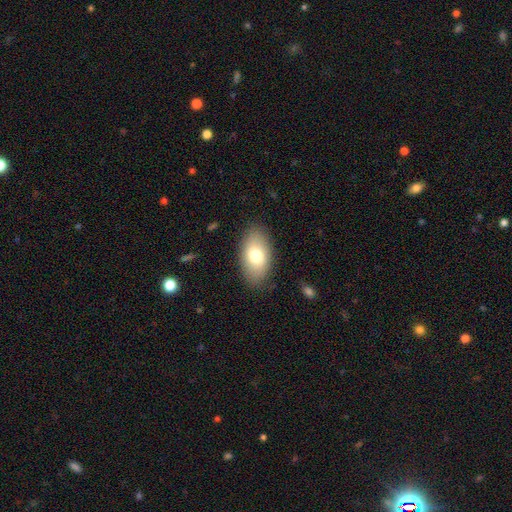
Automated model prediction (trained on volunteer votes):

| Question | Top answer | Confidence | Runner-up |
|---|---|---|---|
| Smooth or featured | smooth | 74% | featured or disk (19%) |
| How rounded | in between | 93% | round (5%) |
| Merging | none | 85% | minor disturbance (11%) |